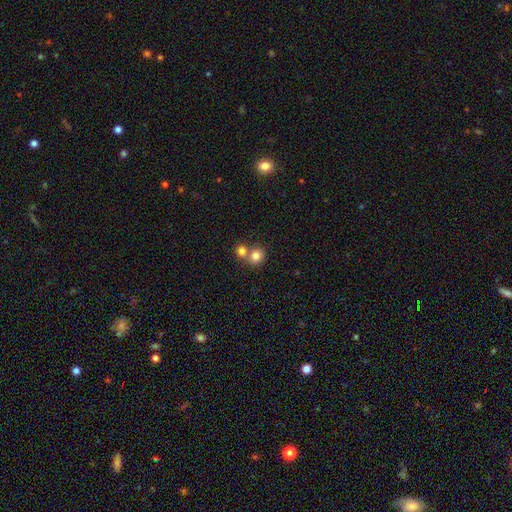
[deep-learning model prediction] Smooth or featured? Predicted: smooth (p=0.81). How rounded? Predicted: round (p=0.86). Merging? Predicted: merger (p=0.47).